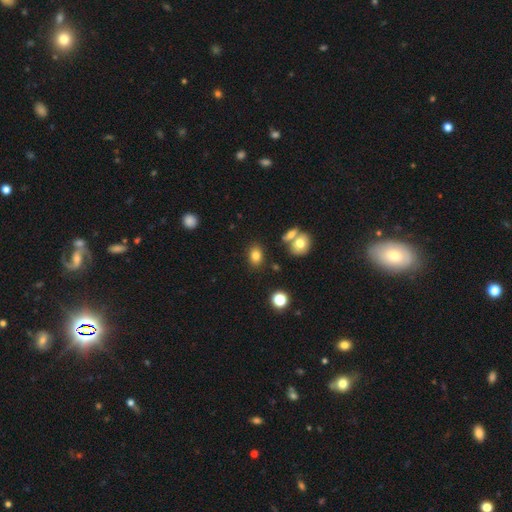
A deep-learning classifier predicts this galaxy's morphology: Q: Smooth or featured?
A: smooth (80%); runner-up: star or artifact (12%)
Q: How rounded?
A: in between (68%); runner-up: round (30%)
Q: Merging?
A: none (79%); runner-up: minor disturbance (10%)